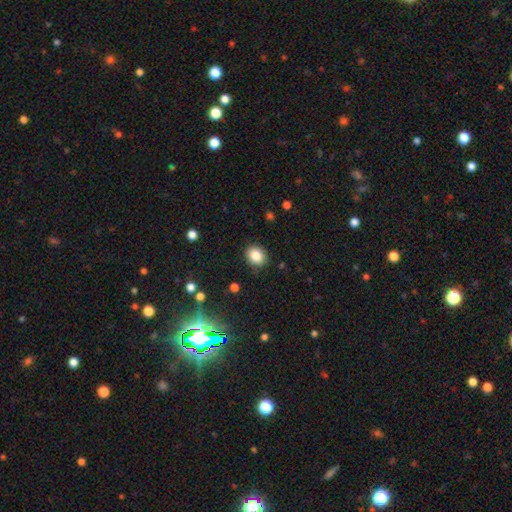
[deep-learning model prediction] This appears to be a smooth galaxy with no disk features (85%) that is round (56%). Merging: none (87%).